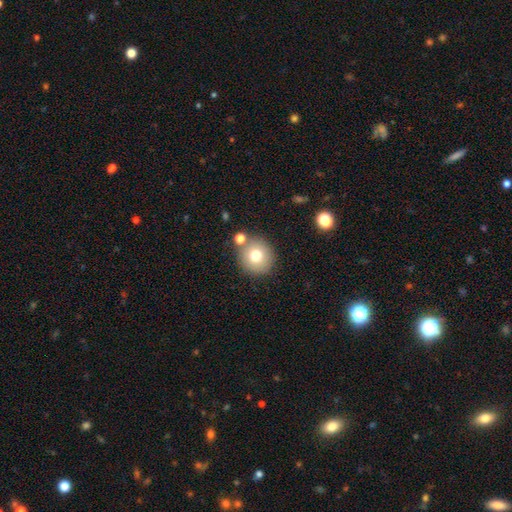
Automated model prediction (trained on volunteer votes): Smooth or featured?
  - smooth: 74% *
  - featured or disk: 14%
  - star or artifact: 12%
How rounded?
  - round: 90% *
  - in between: 9%
  - cigar-shaped: 1%
Merging?
  - none: 78% *
  - merger: 10%
  - minor disturbance: 9%
  - major disturbance: 3%